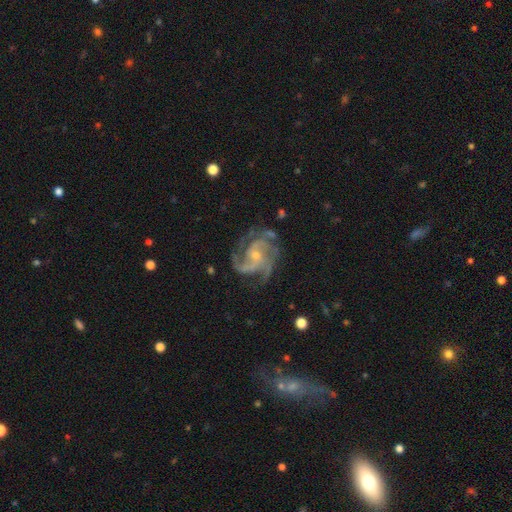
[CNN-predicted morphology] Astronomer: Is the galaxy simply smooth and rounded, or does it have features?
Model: featured or disk — 91%.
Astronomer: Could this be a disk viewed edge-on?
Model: no — 98%.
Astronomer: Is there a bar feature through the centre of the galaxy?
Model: no — 63%.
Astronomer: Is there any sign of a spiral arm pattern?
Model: yes — 98%.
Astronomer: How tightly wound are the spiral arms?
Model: medium — 50% (runner-up: tight, 40%).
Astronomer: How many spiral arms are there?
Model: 3 — 48%.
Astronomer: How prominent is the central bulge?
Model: small — 70%.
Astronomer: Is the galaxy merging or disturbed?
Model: none — 70%.